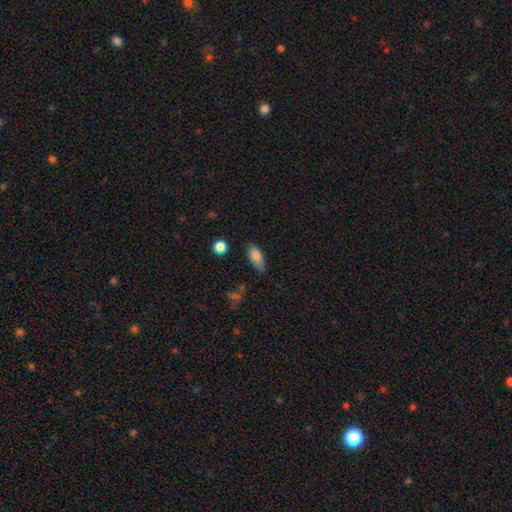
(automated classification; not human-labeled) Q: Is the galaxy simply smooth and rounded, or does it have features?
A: smooth — 81%.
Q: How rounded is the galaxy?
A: in between — 79%.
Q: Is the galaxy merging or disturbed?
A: none — 64%.